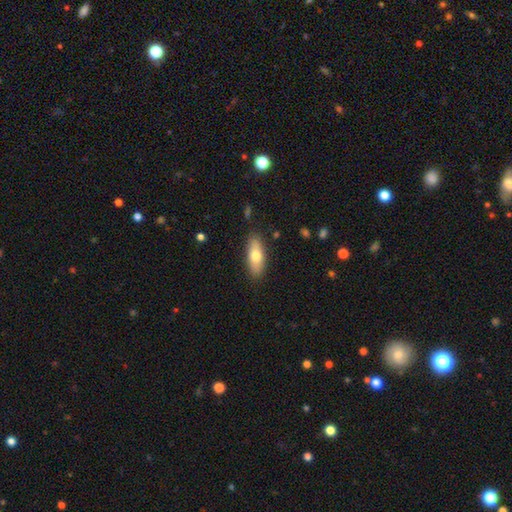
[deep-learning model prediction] Overall: smooth (72%). How rounded: in between (76%). Merging: none (86%).